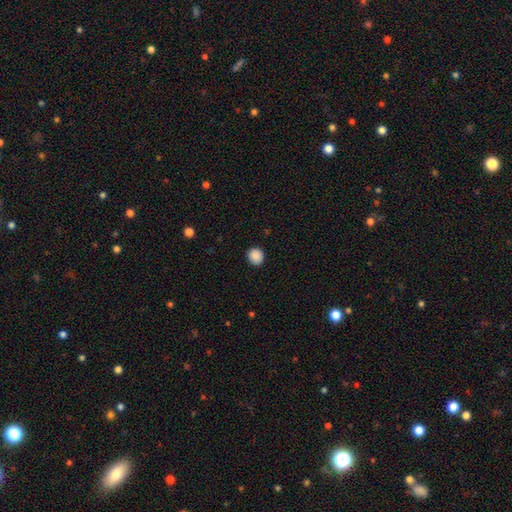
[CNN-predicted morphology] Overall: smooth (88%). How rounded: round (86%). Merging: none (91%).